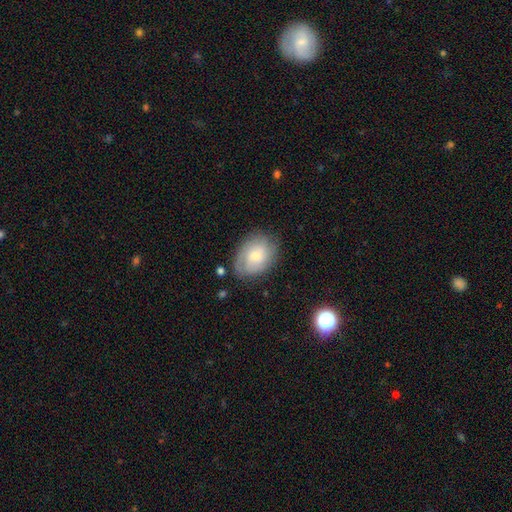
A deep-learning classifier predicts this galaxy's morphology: smooth 48%, featured or disk 44%, star or artifact 7%. Down the decision tree: merging — none (73%).